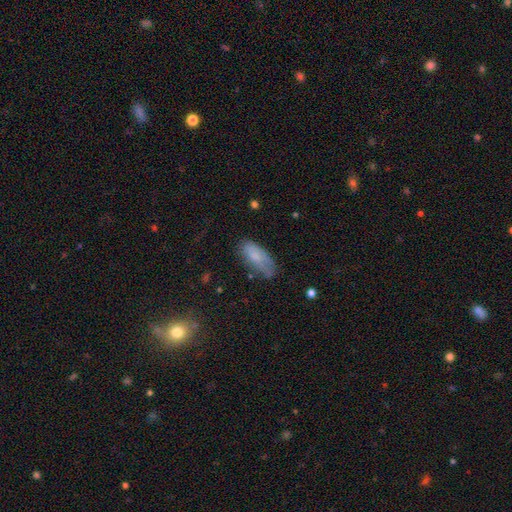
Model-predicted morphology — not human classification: A smooth galaxy with no disk features (76%) that is in between round and cigar-shaped (82%). Merging: none (57%).